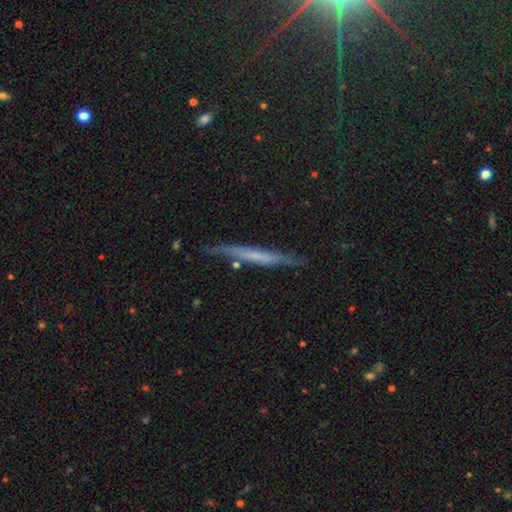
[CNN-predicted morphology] Overall: featured or disk (49%; smooth 40%). Merging: none (76%).